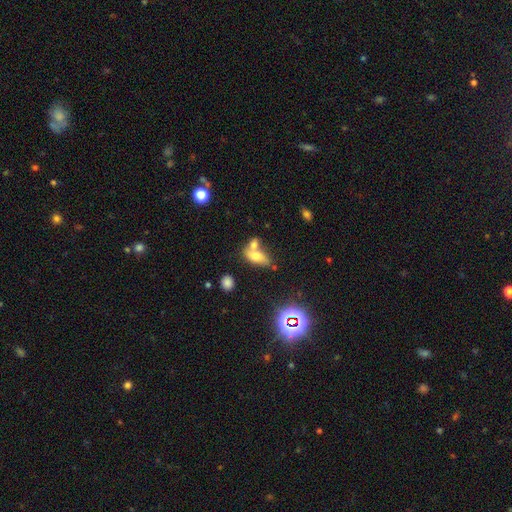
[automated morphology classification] Smooth or featured: smooth — 63% (featured or disk — 24%)
How rounded: in between — 81% (round — 10%)
Merging: merger — 51% (none — 32%)